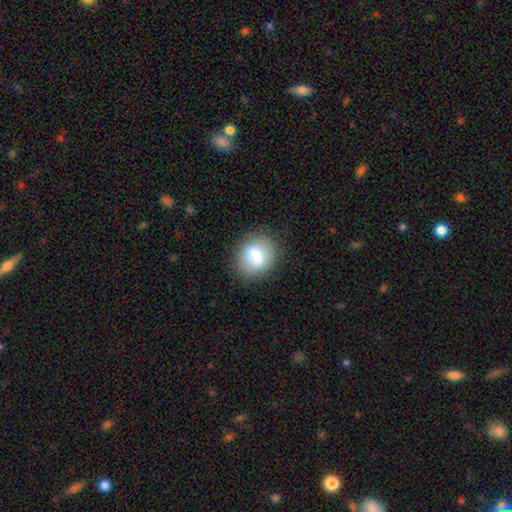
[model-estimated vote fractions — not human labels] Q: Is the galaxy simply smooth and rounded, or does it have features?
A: smooth — 75%.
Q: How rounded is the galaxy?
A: round — 65%.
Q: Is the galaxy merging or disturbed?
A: none — 73%.